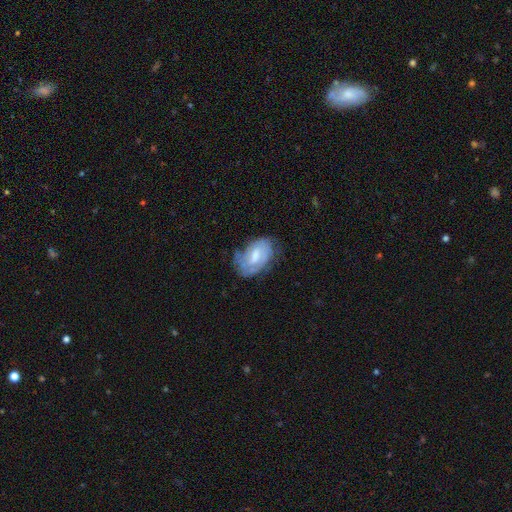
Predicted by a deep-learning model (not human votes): Smooth or featured? featured or disk (62%)
Edge-on disk? no (95%)
Bar? weak (57%)
Spiral arms? yes (76%)
Bulge size? moderate (53%)
Merging? none (58%)